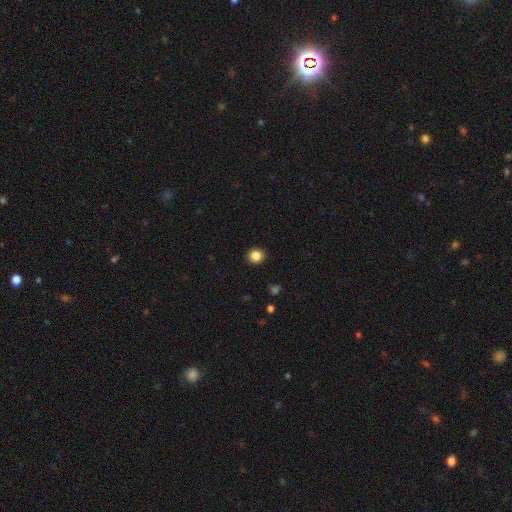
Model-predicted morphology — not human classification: smooth-or-featured: smooth: 85% | star or artifact: 11% | featured or disk: 4%
  how-rounded: round: 89% | in between: 10% | cigar-shaped: 1%
  merging: none: 92% | minor disturbance: 5% | major disturbance: 2% | merger: 1%